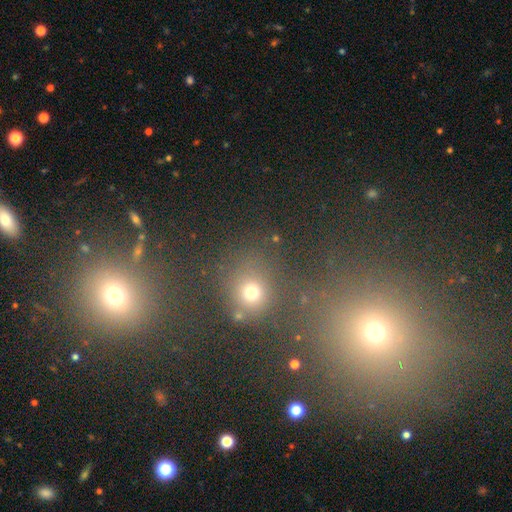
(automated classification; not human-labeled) star or artifact 48%, smooth 44%, featured or disk 8%.